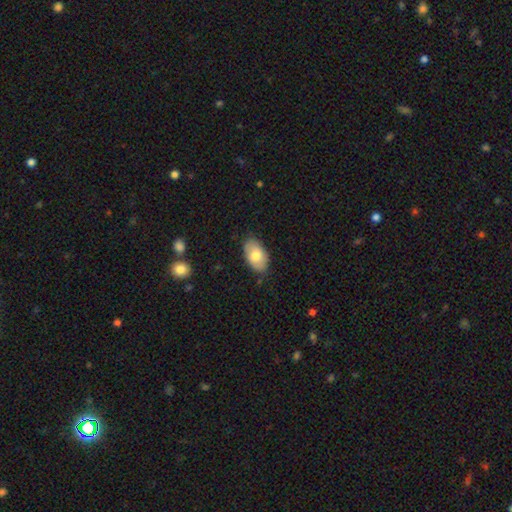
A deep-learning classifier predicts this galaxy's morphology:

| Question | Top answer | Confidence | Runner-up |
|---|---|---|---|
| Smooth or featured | smooth | 76% | featured or disk (18%) |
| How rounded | in between | 93% | round (5%) |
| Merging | none | 83% | minor disturbance (13%) |